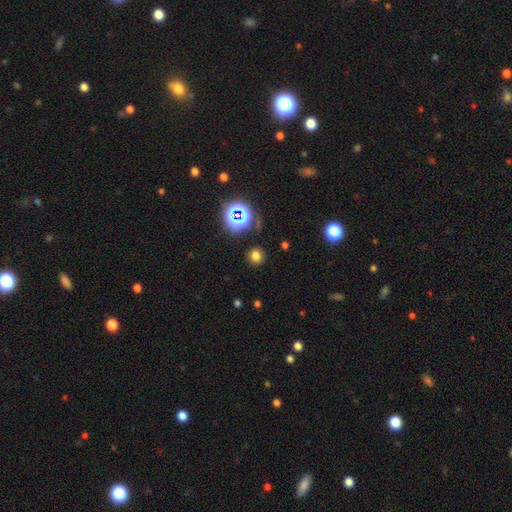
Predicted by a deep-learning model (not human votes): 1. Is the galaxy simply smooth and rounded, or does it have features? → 70% smooth, 23% star or artifact, 7% featured or disk.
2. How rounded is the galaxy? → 85% round, 14% in between, 1% cigar-shaped.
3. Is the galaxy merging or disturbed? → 86% none, 8% minor disturbance, 3% major disturbance, 2% merger.